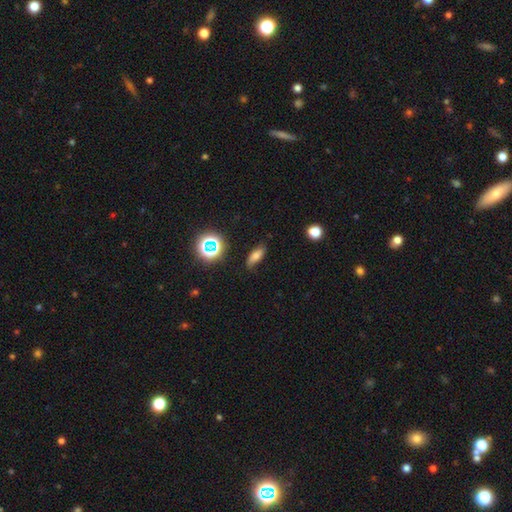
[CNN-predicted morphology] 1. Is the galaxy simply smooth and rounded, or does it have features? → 71% smooth, 16% star or artifact, 14% featured or disk.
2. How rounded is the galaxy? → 69% in between, 24% cigar-shaped, 6% round.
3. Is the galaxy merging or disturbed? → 77% none, 17% minor disturbance, 4% major disturbance, 2% merger.